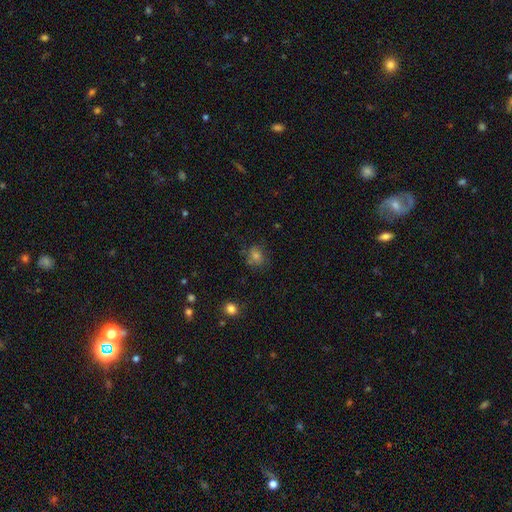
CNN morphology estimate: A smooth galaxy with no disk features (64%) that is round (70%). Merging: none (73%).